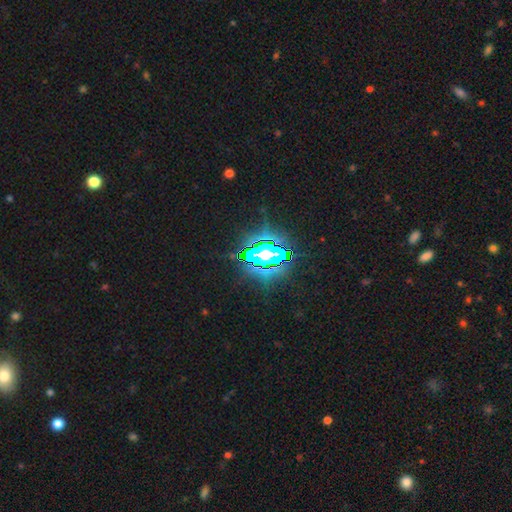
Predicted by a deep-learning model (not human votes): A star or artifact, not a galaxy (83%).